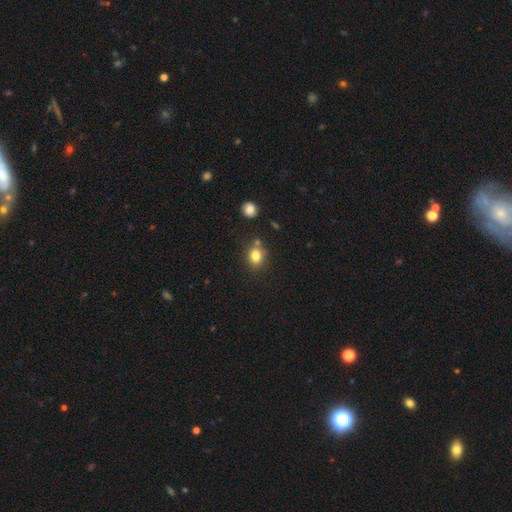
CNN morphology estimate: A smooth galaxy with no disk features (81%) that is round (63%).

Vote fractions:
- Smooth or featured? smooth: 81% / star or artifact: 12% / featured or disk: 7%
- How rounded? round: 63% / in between: 36% / cigar-shaped: 1%
- Merging? none: 71% / minor disturbance: 13% / merger: 12% / major disturbance: 4%